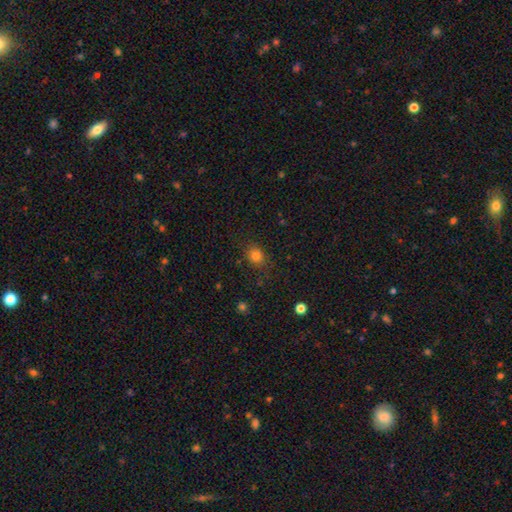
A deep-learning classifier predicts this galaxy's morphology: A smooth galaxy with no disk features (80%) that is round (55%). Merging: none (78%).